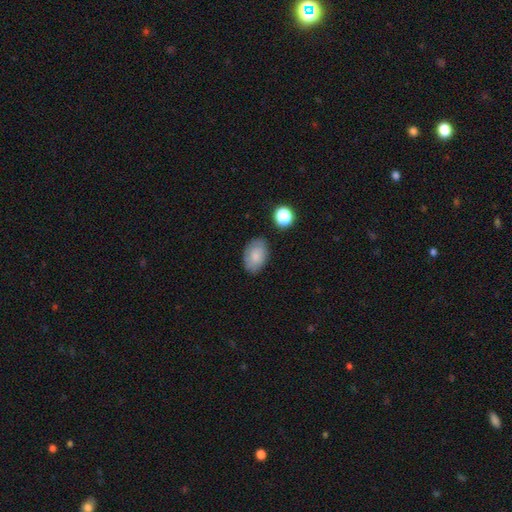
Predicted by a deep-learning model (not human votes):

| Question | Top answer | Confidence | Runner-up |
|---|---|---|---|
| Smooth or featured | smooth | 78% | featured or disk (14%) |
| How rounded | in between | 87% | round (12%) |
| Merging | none | 78% | minor disturbance (16%) |